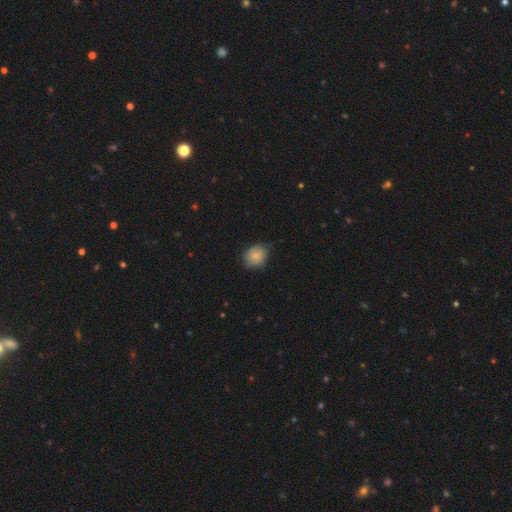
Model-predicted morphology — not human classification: Smooth or featured?
  - smooth: 82% *
  - featured or disk: 11%
  - star or artifact: 8%
How rounded?
  - round: 57% *
  - in between: 42%
  - cigar-shaped: 1%
Merging?
  - none: 66% *
  - minor disturbance: 28%
  - major disturbance: 5%
  - merger: 1%